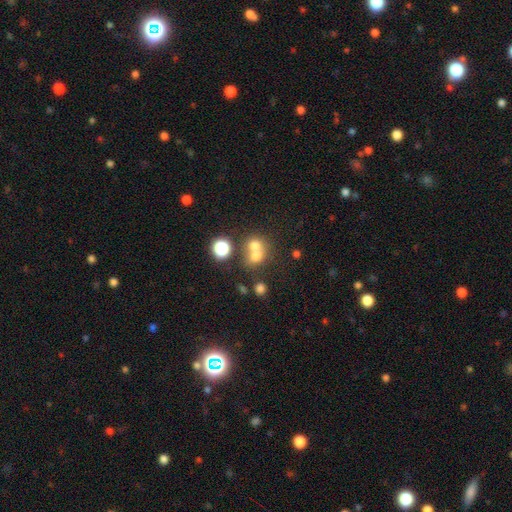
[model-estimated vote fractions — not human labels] Smooth or featured?
  - smooth: 67% *
  - star or artifact: 17%
  - featured or disk: 16%
How rounded?
  - round: 75% *
  - in between: 24%
  - cigar-shaped: 1%
Merging?
  - merger: 56% *
  - none: 34%
  - minor disturbance: 6%
  - major disturbance: 4%